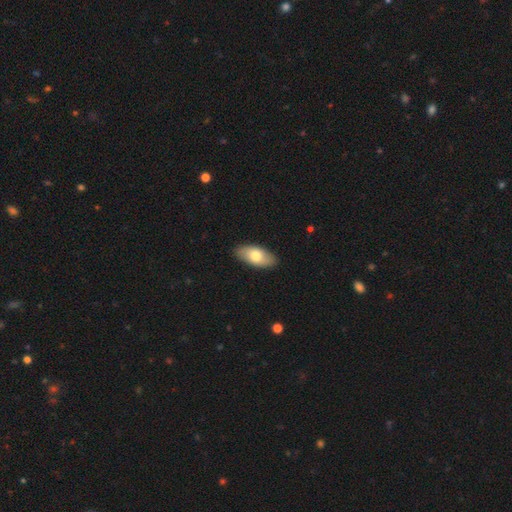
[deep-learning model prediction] Overall: smooth (73%). How rounded: in between (91%). Merging: none (89%).